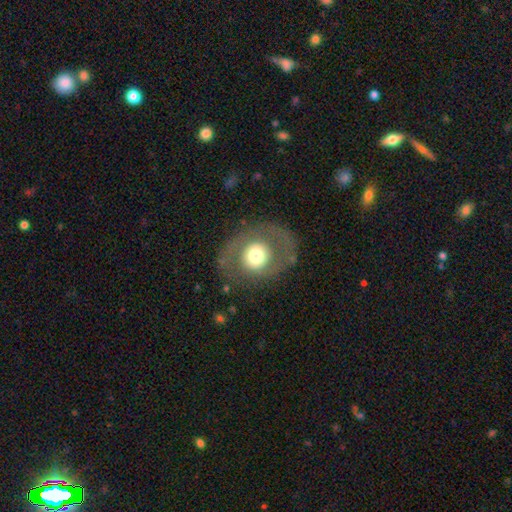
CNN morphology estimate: A smooth galaxy with no disk features (49%).

Vote fractions:
- Smooth or featured? smooth: 49% / featured or disk: 43% / star or artifact: 8%
- Merging? none: 75% / minor disturbance: 12% / major disturbance: 11% / merger: 1%